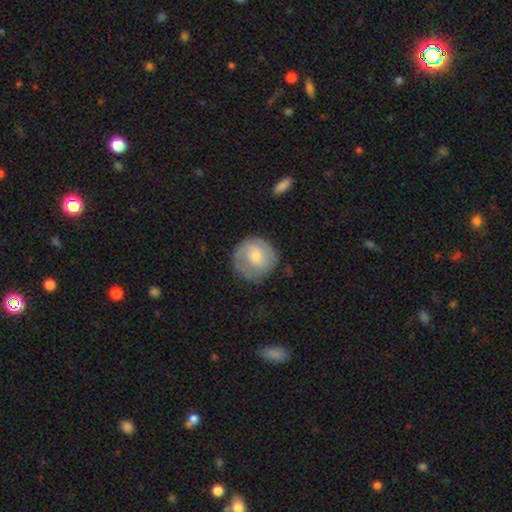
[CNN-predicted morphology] The model was most divided on "smooth or featured": smooth: 57%, featured or disk: 37%, star or artifact: 6%. More confident: how rounded — round (90%); merging — none (66%).